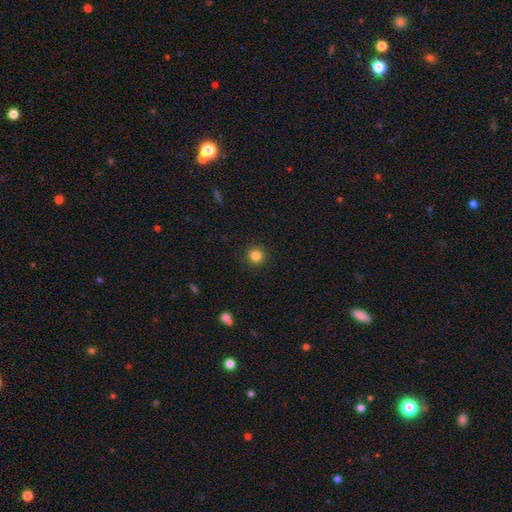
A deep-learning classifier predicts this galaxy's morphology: Smooth or featured?
  - smooth: 84% *
  - star or artifact: 12%
  - featured or disk: 5%
How rounded?
  - round: 94% *
  - in between: 5%
  - cigar-shaped: 1%
Merging?
  - none: 92% *
  - minor disturbance: 5%
  - major disturbance: 2%
  - merger: 1%